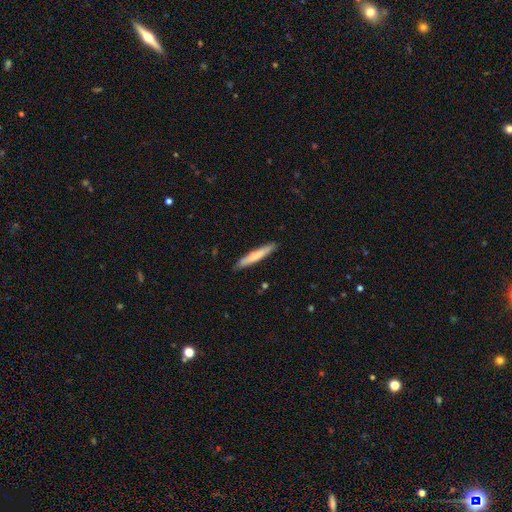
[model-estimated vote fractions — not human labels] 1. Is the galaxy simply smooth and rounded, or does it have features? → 72% smooth, 23% featured or disk, 5% star or artifact.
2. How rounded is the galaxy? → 94% cigar-shaped, 5% in between, 1% round.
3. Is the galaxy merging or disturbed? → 90% none, 8% minor disturbance, 1% major disturbance, 1% merger.